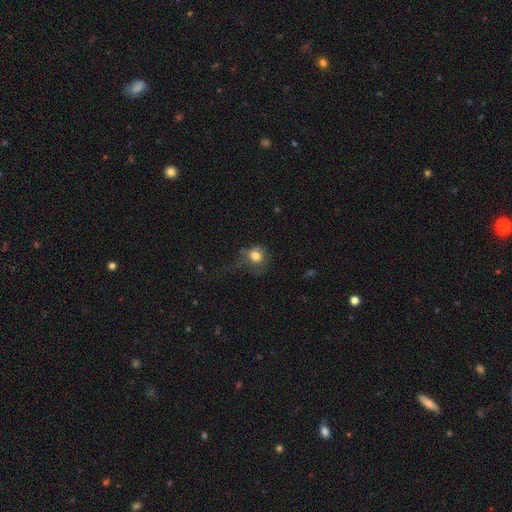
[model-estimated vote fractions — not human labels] A smooth galaxy with no disk features (76%) that is round (79%). Merging: major disturbance (37%).